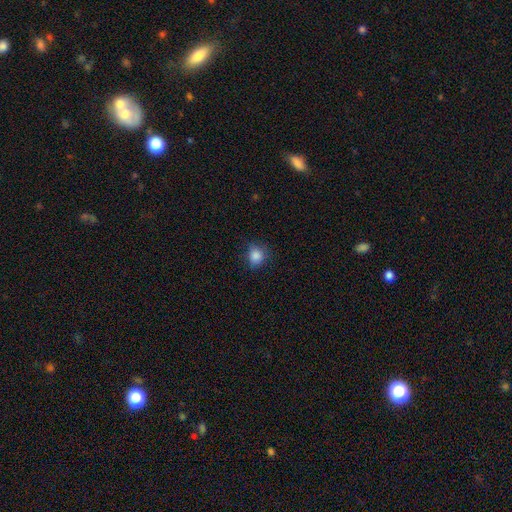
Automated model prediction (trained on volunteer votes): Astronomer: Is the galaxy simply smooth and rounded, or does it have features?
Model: smooth — 85%.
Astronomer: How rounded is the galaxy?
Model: round — 69%.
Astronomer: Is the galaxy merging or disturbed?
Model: none — 76%.